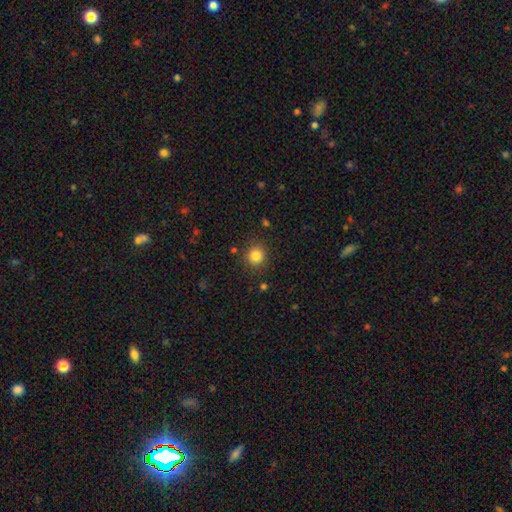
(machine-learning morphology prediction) smooth-or-featured: smooth: 83% | star or artifact: 12% | featured or disk: 5%
  how-rounded: round: 92% | in between: 7% | cigar-shaped: 1%
  merging: none: 88% | minor disturbance: 8% | major disturbance: 3% | merger: 2%